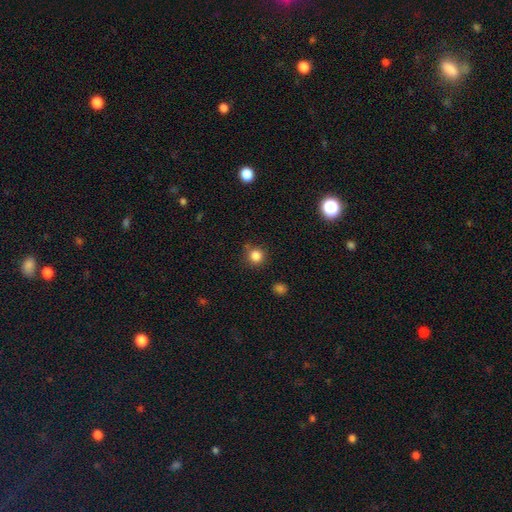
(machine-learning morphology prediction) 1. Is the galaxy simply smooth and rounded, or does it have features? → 84% smooth, 12% star or artifact, 4% featured or disk.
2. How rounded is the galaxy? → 92% round, 7% in between, 1% cigar-shaped.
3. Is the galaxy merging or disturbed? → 79% none, 13% minor disturbance, 5% merger, 4% major disturbance.